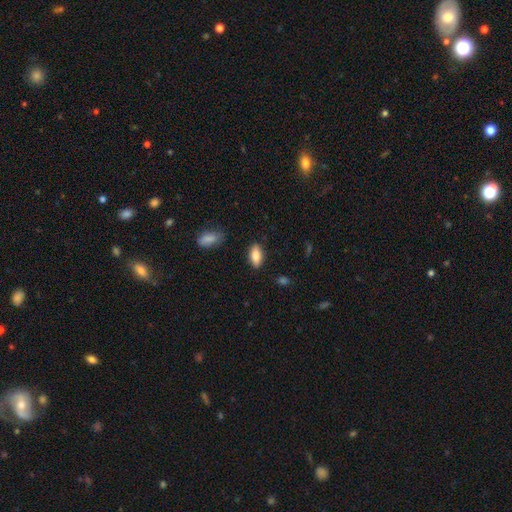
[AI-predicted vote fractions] Smooth or featured? smooth (79%)
How rounded? in between (84%)
Merging? none (85%)